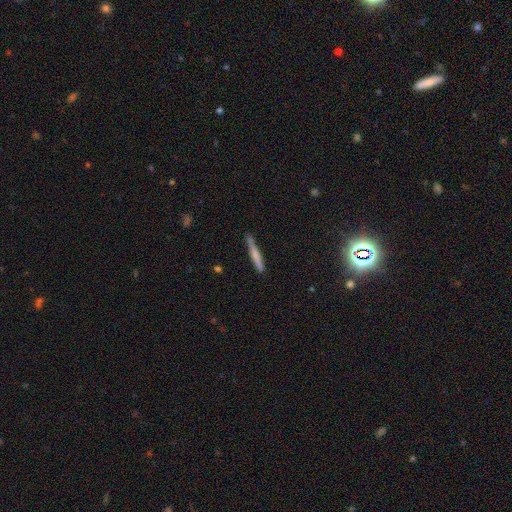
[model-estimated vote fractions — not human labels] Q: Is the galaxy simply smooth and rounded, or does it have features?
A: smooth — 61%.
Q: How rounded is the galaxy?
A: cigar-shaped — 95%.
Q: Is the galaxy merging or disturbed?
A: none — 81%.